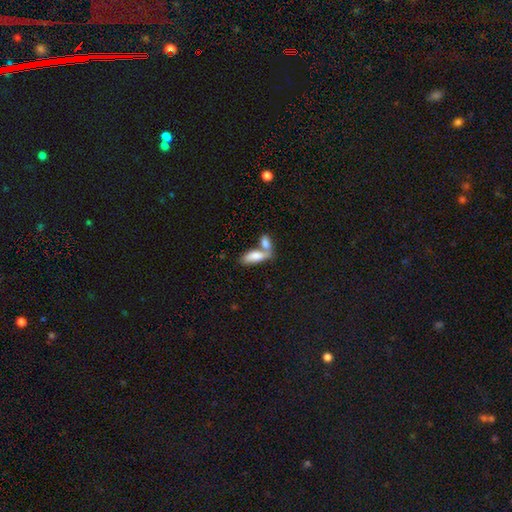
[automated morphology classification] smooth_or_featured: smooth (p=0.79) [alt: featured or disk p=0.15]
how_rounded: in between (p=0.81) [alt: cigar-shaped p=0.17]
merging: merger (p=0.65) [alt: none p=0.24]